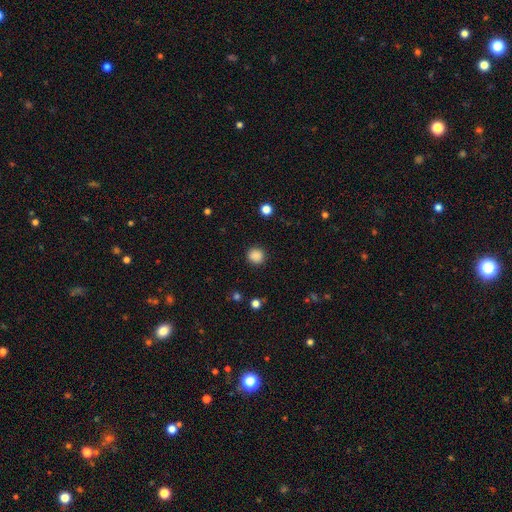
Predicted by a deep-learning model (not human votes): smooth_or_featured: smooth (p=0.87) [alt: star or artifact p=0.11]
how_rounded: round (p=0.90) [alt: in between p=0.09]
merging: none (p=0.90) [alt: minor disturbance p=0.06]